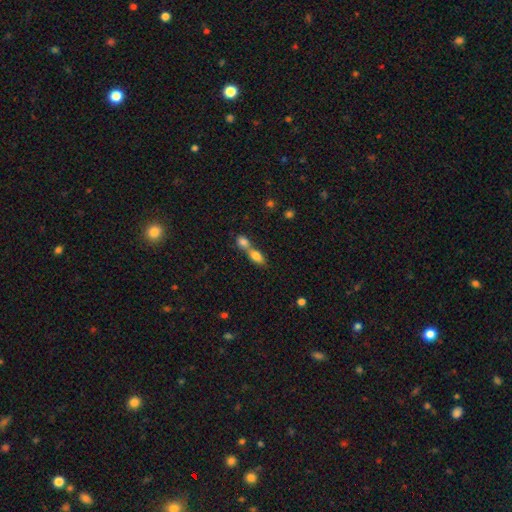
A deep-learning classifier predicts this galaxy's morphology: Smooth or featured?
  - smooth: 80% *
  - featured or disk: 11%
  - star or artifact: 9%
How rounded?
  - in between: 78% *
  - round: 12%
  - cigar-shaped: 10%
Merging?
  - merger: 70% *
  - none: 21%
  - minor disturbance: 6%
  - major disturbance: 3%